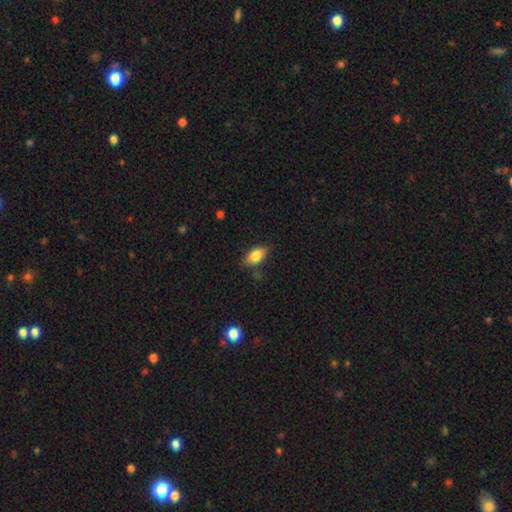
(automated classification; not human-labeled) Smooth or featured: smooth — 79% (featured or disk — 13%)
How rounded: in between — 87% (round — 8%)
Merging: none — 77% (minor disturbance — 17%)